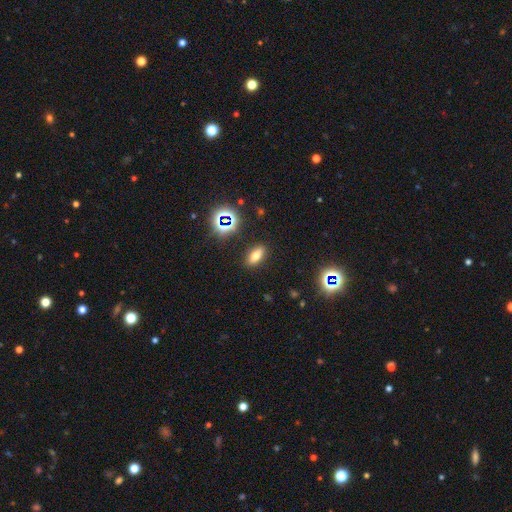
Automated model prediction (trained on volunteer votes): Morphology: type=smooth (62%); roundness=in between (75%); merging=none (88%).